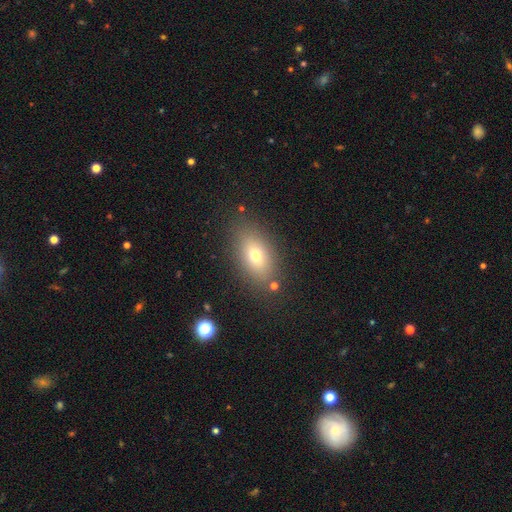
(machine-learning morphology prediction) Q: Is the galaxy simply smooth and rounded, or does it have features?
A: smooth — 70%.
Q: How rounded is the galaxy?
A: in between — 83%.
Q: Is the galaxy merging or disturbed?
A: none — 83%.